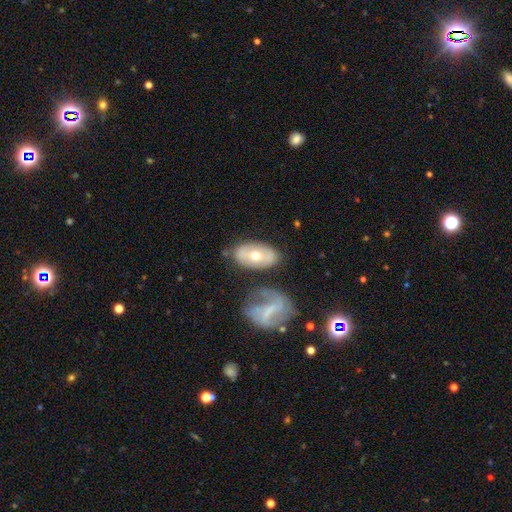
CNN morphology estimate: The model was most divided on "smooth or featured": featured or disk: 51%, smooth: 43%, star or artifact: 7%. More confident: edge-on disk — no (89%); merging — none (65%).